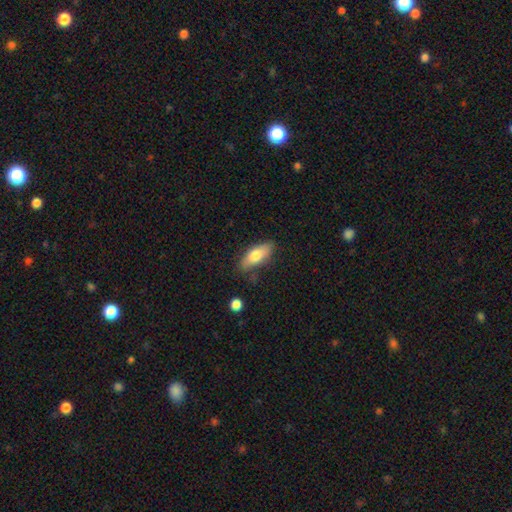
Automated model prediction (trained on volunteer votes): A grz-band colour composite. It shows a smooth galaxy with no disk features (72%) that is in between round and cigar-shaped (74%). Merging: none (77%).